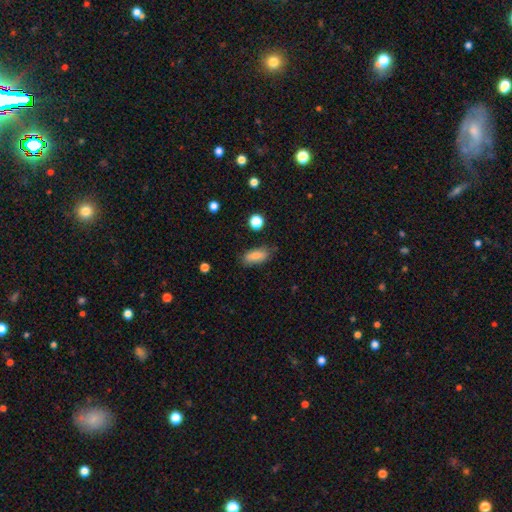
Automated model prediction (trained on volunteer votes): The model was most divided on "merging": none: 77%, minor disturbance: 17%, major disturbance: 4%, merger: 2%. More confident: how rounded — in between (81%); smooth or featured — smooth (80%).